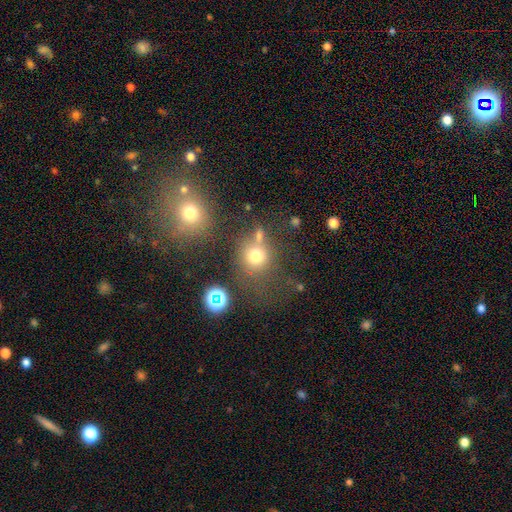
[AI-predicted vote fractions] smooth 69%, star or artifact 20%, featured or disk 11%. Down the decision tree: how rounded — round (84%); merging — none (58%).